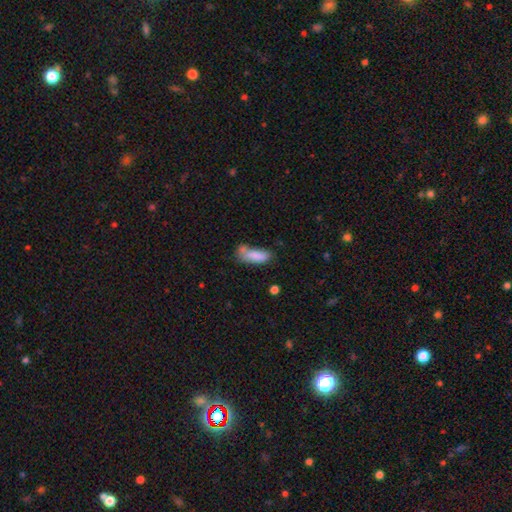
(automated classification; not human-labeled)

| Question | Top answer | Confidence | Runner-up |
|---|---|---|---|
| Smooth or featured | smooth | 80% | featured or disk (12%) |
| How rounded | in between | 66% | cigar-shaped (31%) |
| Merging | none | 39% | minor disturbance (25%) |